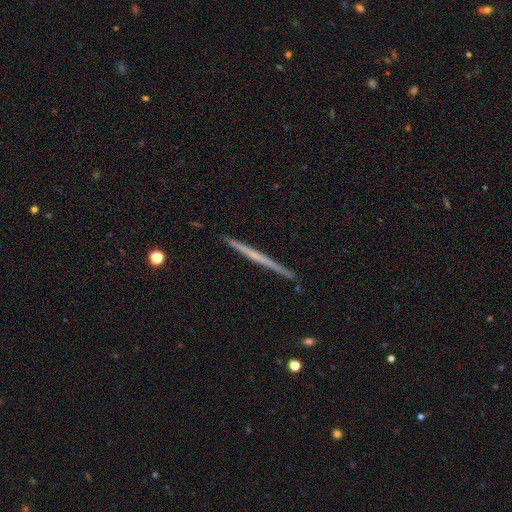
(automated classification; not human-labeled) This appears to be a featured or disk galaxy (63%) viewed edge-on (98%) with no central bulge (83%). Merging: none (91%).